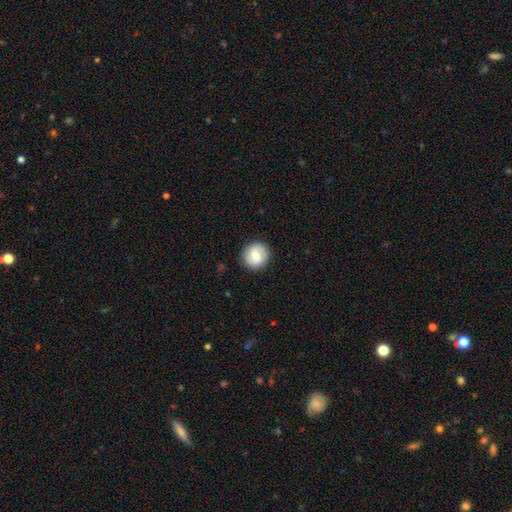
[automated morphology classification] A smooth galaxy with no disk features (67%) that is round (91%).

Vote fractions:
- Smooth or featured? smooth: 67% / featured or disk: 26% / star or artifact: 7%
- How rounded? round: 91% / in between: 8% / cigar-shaped: 1%
- Merging? none: 89% / minor disturbance: 7% / major disturbance: 2% / merger: 1%